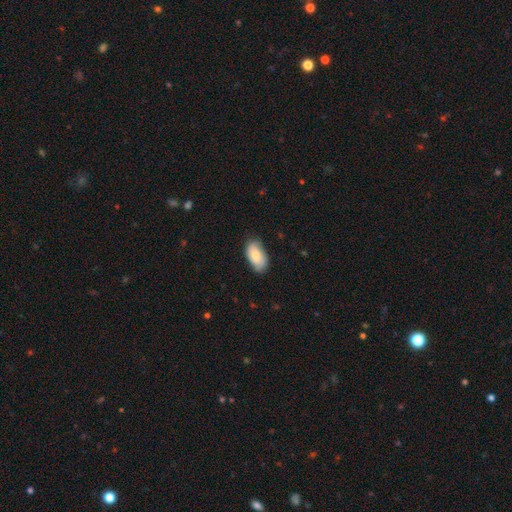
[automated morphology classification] Smooth or featured: smooth — 75% (featured or disk — 19%)
How rounded: in between — 94% (round — 3%)
Merging: none — 74% (minor disturbance — 22%)